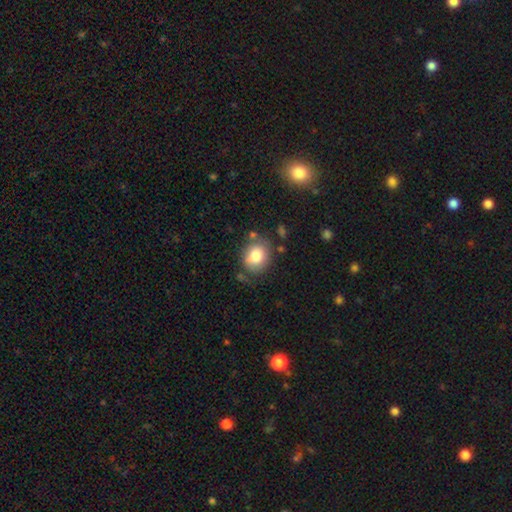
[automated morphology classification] Smooth or featured: smooth — 79% (featured or disk — 12%)
How rounded: round — 65% (in between — 34%)
Merging: none — 68% (minor disturbance — 19%)